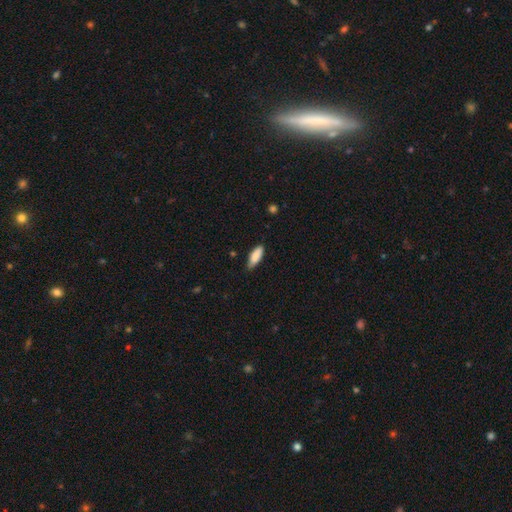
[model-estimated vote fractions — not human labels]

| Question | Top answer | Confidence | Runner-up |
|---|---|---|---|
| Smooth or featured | smooth | 88% | featured or disk (6%) |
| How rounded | in between | 68% | cigar-shaped (30%) |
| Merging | none | 74% | minor disturbance (22%) |